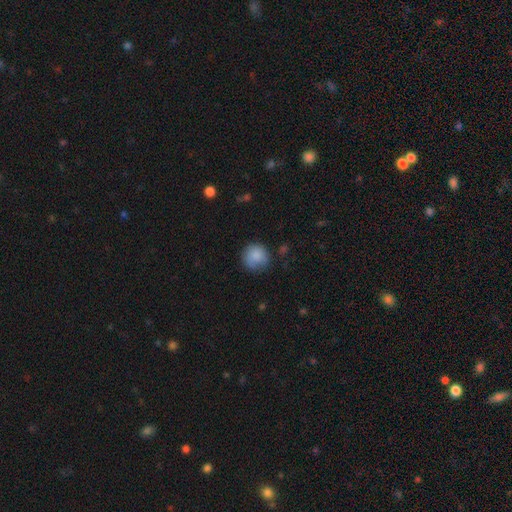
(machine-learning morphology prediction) Overall: smooth (85%). How rounded: round (91%). Merging: none (72%).